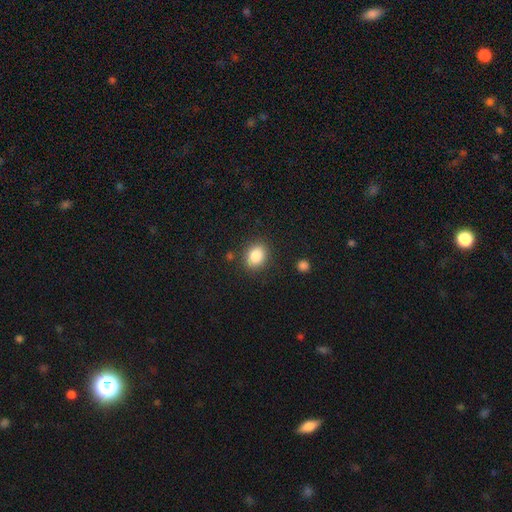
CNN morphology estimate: Smooth or featured? Predicted: smooth (p=0.86). How rounded? Predicted: in between (p=0.55). Merging? Predicted: none (p=0.84).